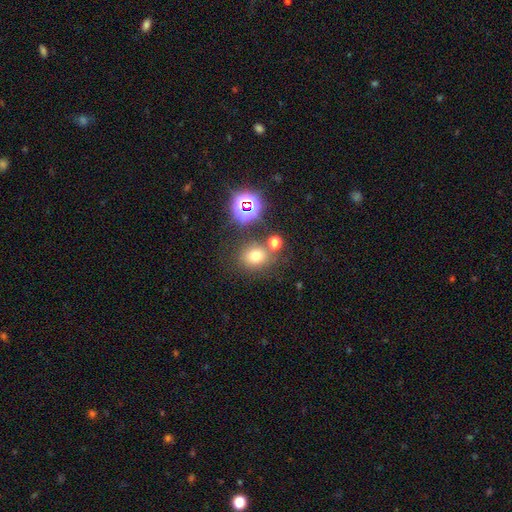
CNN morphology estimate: Smooth or featured? smooth (69%)
How rounded? round (65%)
Merging? none (69%)